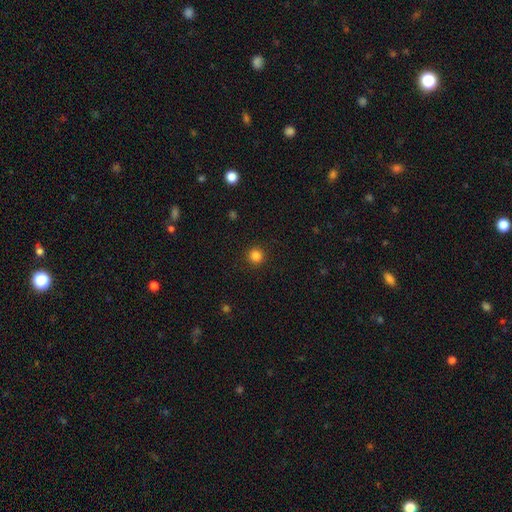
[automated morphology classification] type=smooth (84%); roundness=round (95%); merging=none (92%).